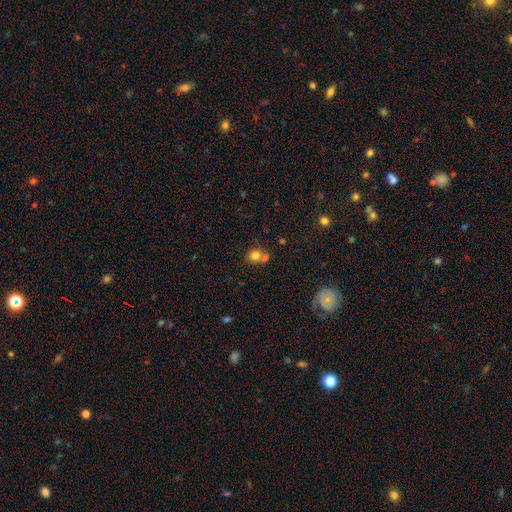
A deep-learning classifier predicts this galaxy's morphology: A smooth galaxy with no disk features (78%) that is round (77%). Merging: none (51%).